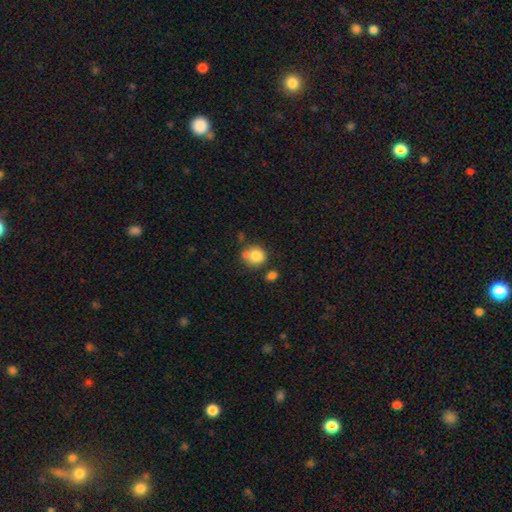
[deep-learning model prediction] smooth-or-featured: smooth: 80% | featured or disk: 10% | star or artifact: 10%
  how-rounded: round: 77% | in between: 22% | cigar-shaped: 1%
  merging: none: 51% | merger: 26% | minor disturbance: 17% | major disturbance: 6%